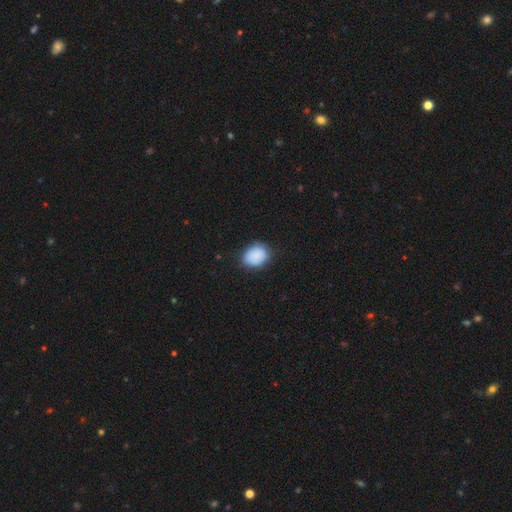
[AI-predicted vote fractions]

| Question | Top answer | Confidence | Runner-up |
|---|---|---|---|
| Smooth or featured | smooth | 88% | star or artifact (7%) |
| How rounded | in between | 61% | round (38%) |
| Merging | none | 79% | minor disturbance (16%) |